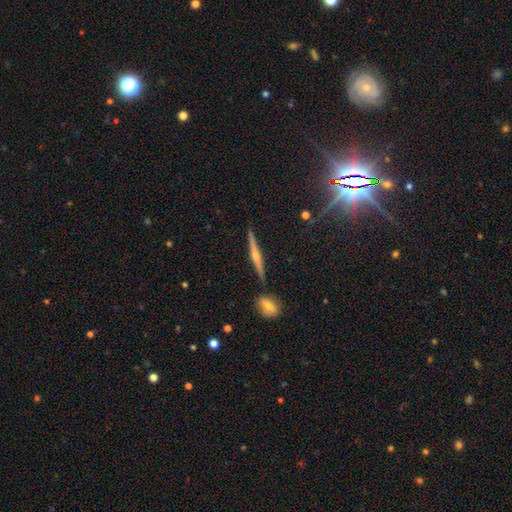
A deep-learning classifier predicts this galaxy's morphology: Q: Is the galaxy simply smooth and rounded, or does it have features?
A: featured or disk — 73%.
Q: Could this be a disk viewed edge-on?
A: yes — 98%.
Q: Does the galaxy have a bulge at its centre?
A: rounded — 84%.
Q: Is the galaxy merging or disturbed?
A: none — 88%.